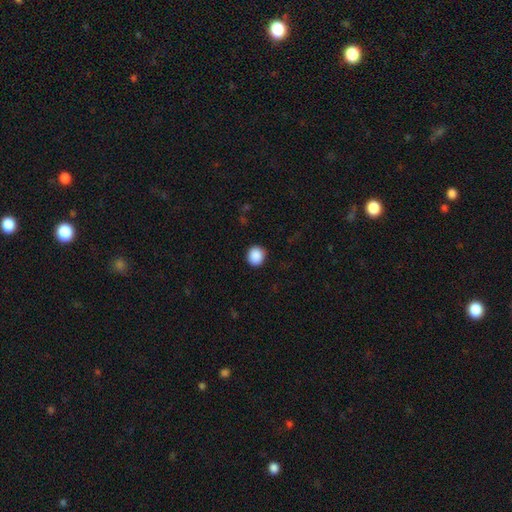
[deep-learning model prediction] Q: Smooth or featured?
A: smooth (90%); runner-up: star or artifact (8%)
Q: How rounded?
A: round (89%); runner-up: in between (10%)
Q: Merging?
A: none (91%); runner-up: minor disturbance (6%)